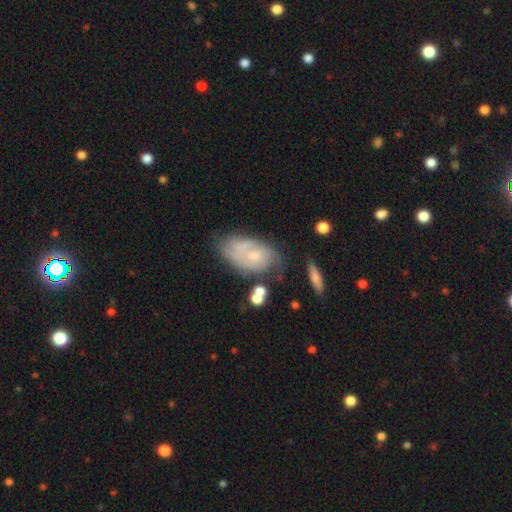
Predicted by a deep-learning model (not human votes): Smooth or featured? featured or disk (59%)
Edge-on disk? no (95%)
Bar? no (68%)
Spiral arms? yes (79%)
Bulge size? small (50%)
Merging? none (49%)